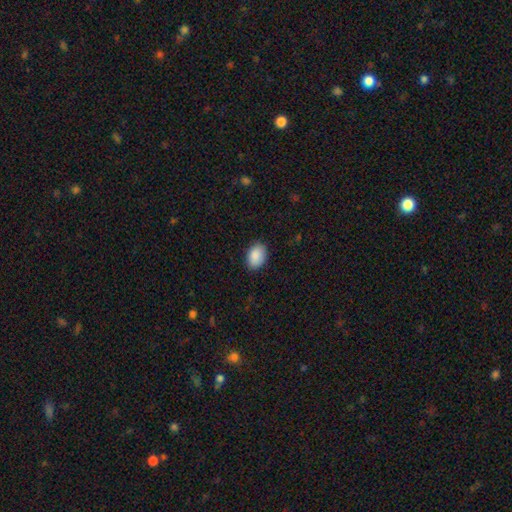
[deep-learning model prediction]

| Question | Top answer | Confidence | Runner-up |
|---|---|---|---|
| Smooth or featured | smooth | 90% | star or artifact (7%) |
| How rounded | in between | 82% | round (17%) |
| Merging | none | 87% | minor disturbance (10%) |